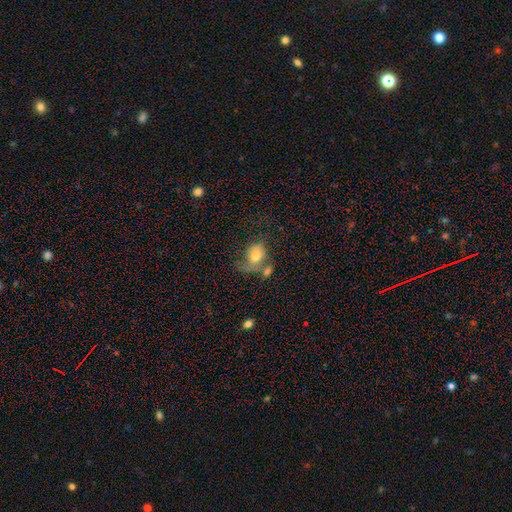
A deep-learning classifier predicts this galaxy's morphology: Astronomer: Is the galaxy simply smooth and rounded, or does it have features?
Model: smooth — 68%.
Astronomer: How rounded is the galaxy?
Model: in between — 56% (runner-up: round, 42%).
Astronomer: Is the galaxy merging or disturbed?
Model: merger — 28% (runner-up: none, 27%).